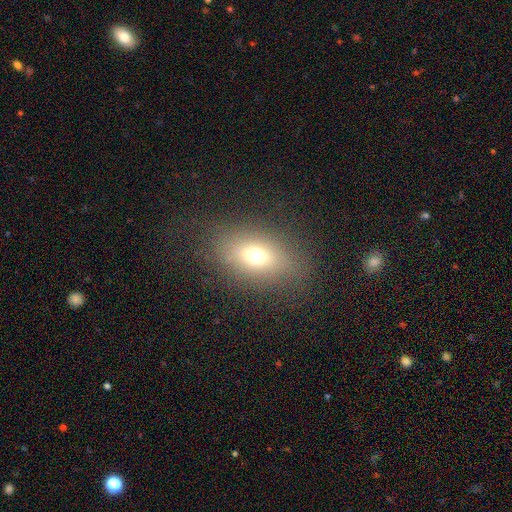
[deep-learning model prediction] Smooth or featured?
  - smooth: 66% *
  - star or artifact: 17%
  - featured or disk: 17%
How rounded?
  - in between: 74% *
  - round: 23%
  - cigar-shaped: 3%
Merging?
  - none: 80% *
  - minor disturbance: 12%
  - major disturbance: 7%
  - merger: 1%